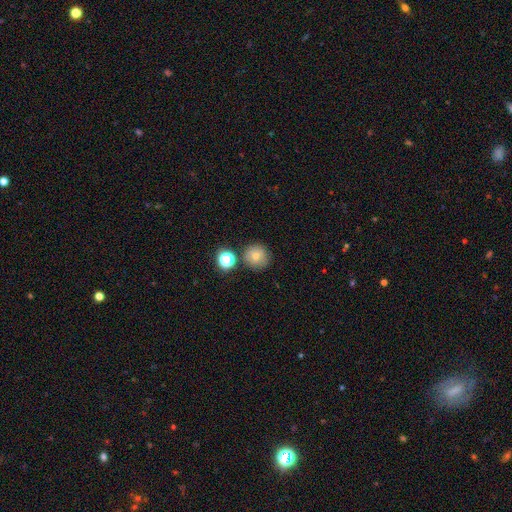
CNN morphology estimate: This appears to be a smooth galaxy with no disk features (59%) that is round (92%). Merging: none (79%).